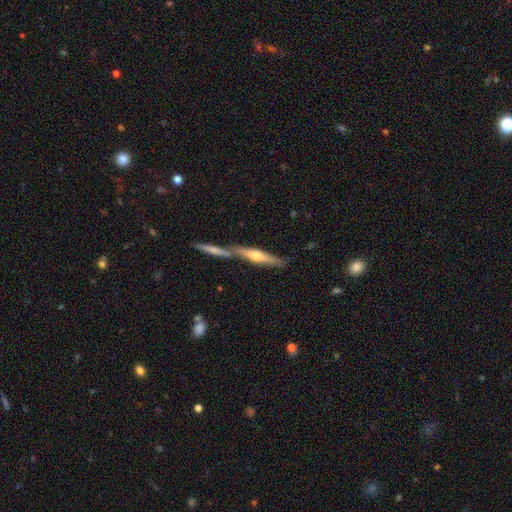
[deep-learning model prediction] Smooth or featured? Predicted: featured or disk (p=0.58). Edge-on disk? Predicted: yes (p=0.91). Edge-on bulge? Predicted: rounded (p=0.81). Merging? Predicted: none (p=0.51).